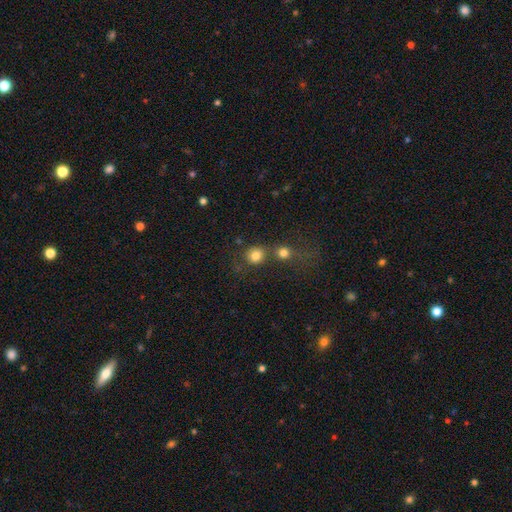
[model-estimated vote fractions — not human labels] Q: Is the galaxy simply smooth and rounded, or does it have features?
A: smooth — 81%.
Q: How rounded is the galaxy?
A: round — 86%.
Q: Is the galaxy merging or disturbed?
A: none — 60%.